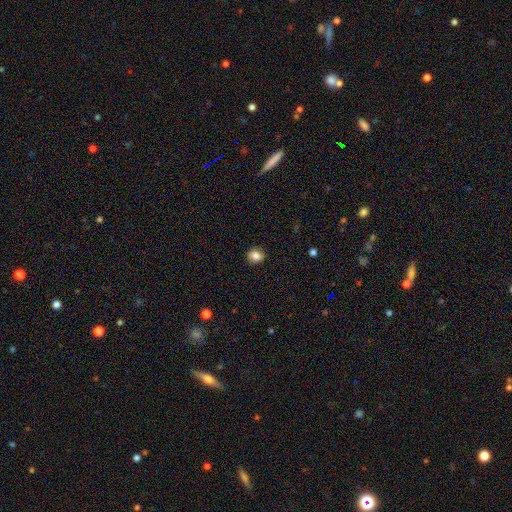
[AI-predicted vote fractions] A smooth galaxy with no disk features (84%) that is round (69%).

Vote fractions:
- Smooth or featured? smooth: 84% / star or artifact: 9% / featured or disk: 7%
- How rounded? round: 69% / in between: 30% / cigar-shaped: 1%
- Merging? none: 87% / minor disturbance: 10% / major disturbance: 2% / merger: 1%